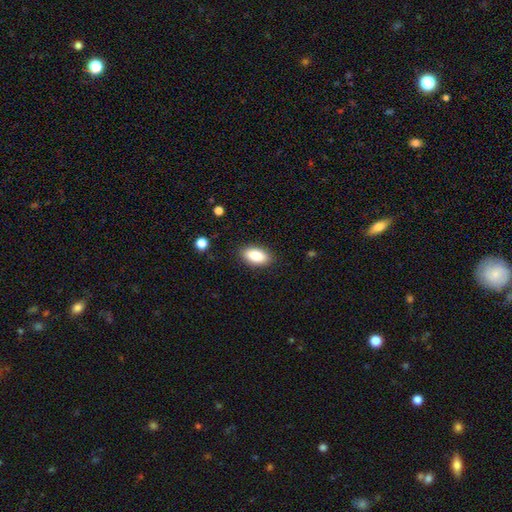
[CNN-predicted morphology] Smooth or featured?
  - smooth: 85% *
  - featured or disk: 8%
  - star or artifact: 7%
How rounded?
  - in between: 92% *
  - cigar-shaped: 4%
  - round: 4%
Merging?
  - none: 88% *
  - minor disturbance: 9%
  - major disturbance: 2%
  - merger: 1%